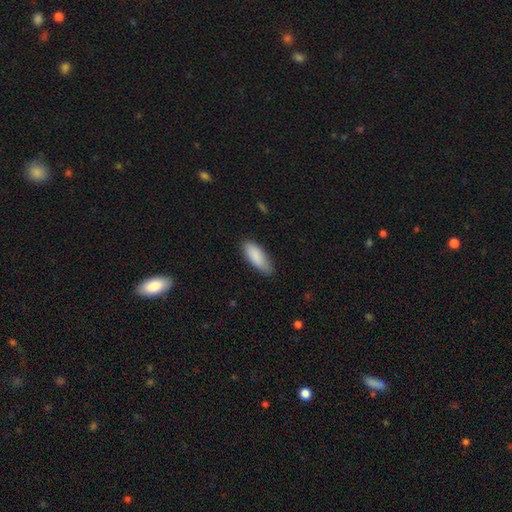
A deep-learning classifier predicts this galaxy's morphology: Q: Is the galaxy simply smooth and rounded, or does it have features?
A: smooth — 89%.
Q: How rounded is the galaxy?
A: in between — 73%.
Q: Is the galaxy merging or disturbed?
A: none — 76%.